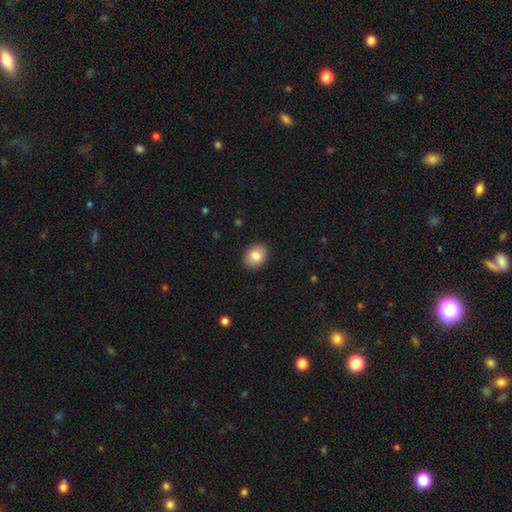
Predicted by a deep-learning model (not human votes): smooth 85%, featured or disk 8%, star or artifact 8%. Down the decision tree: how rounded — in between (68%); merging — none (90%).